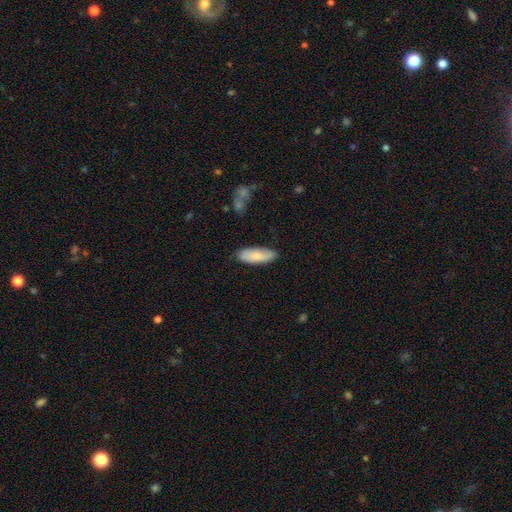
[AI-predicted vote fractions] smooth 78%, featured or disk 17%, star or artifact 6%. Down the decision tree: how rounded — in between (67%); merging — none (83%).